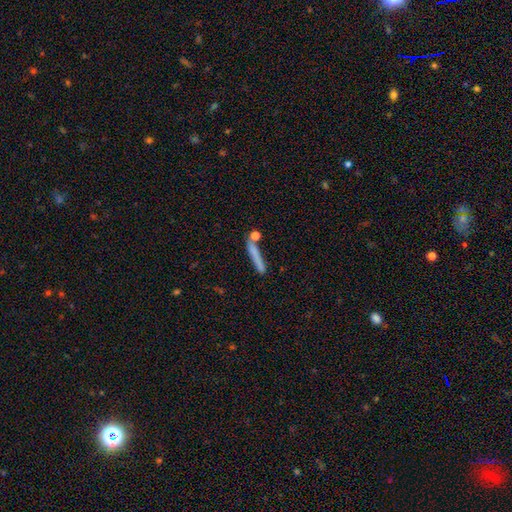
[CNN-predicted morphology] The model was most divided on "smooth or featured": smooth: 69%, featured or disk: 22%, star or artifact: 9%. More confident: how rounded — cigar-shaped (92%); merging — none (70%).